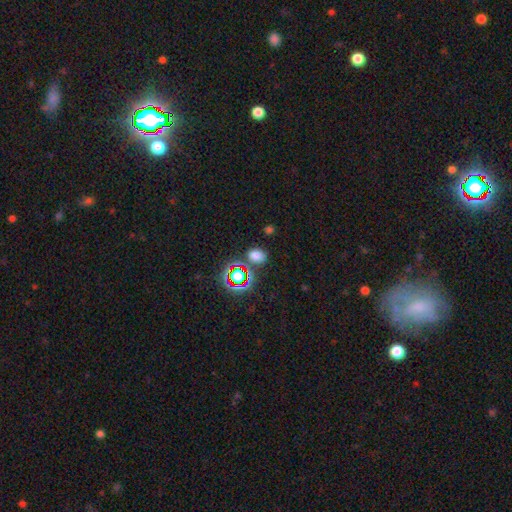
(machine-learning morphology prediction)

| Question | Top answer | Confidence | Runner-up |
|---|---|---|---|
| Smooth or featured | smooth | 68% | star or artifact (26%) |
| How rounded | in between | 58% | round (41%) |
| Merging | none | 74% | minor disturbance (13%) |